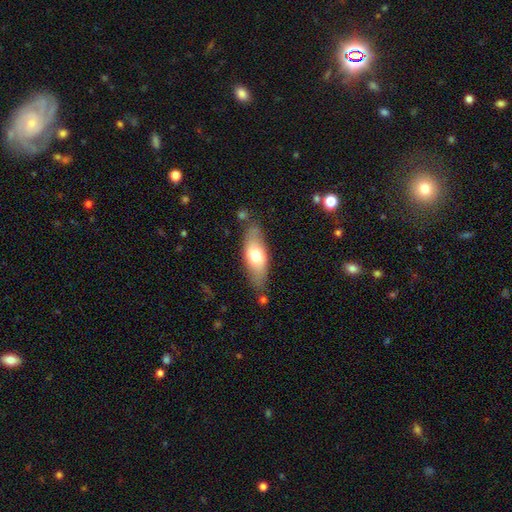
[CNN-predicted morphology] Smooth or featured? smooth (64%)
How rounded? in between (69%)
Merging? none (74%)